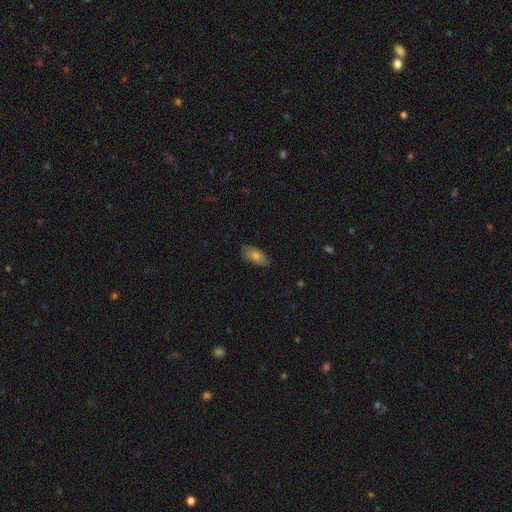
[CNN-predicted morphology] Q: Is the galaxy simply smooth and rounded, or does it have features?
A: smooth — 77%.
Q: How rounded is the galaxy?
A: in between — 89%.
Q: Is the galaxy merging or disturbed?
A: none — 85%.